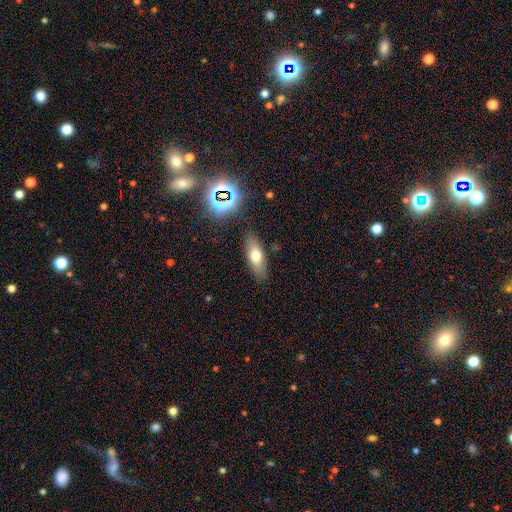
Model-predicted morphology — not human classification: A smooth galaxy with no disk features (64%) that is in between round and cigar-shaped (72%).

Vote fractions:
- Smooth or featured? smooth: 64% / featured or disk: 24% / star or artifact: 11%
- How rounded? in between: 72% / cigar-shaped: 23% / round: 4%
- Merging? none: 84% / minor disturbance: 11% / major disturbance: 3% / merger: 2%